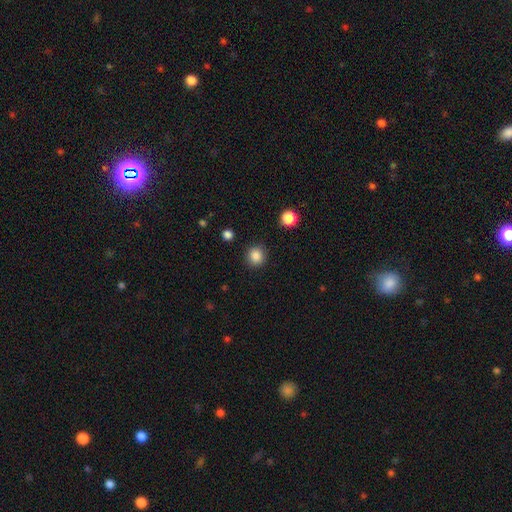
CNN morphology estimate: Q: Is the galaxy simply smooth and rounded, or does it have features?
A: smooth — 86%.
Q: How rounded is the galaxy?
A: round — 89%.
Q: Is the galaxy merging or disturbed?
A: none — 90%.